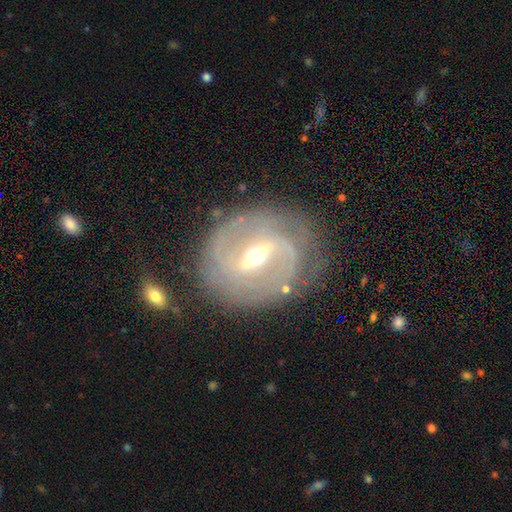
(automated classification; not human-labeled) A featured or disk galaxy (86%) with a strong bar (47%), 2 (63%) tight (51%) spiral arms (91%) and a moderate central bulge (59%).

Vote fractions:
- Smooth or featured? featured or disk: 86% / smooth: 8% / star or artifact: 6%
- Edge-on disk? no: 96% / yes: 4%
- Bar? strong: 47% / weak: 43% / no: 10%
- Spiral arms? yes: 91% / no: 9%
- Spiral winding? tight: 51% / medium: 35% / loose: 14%
- Spiral arm count? 2: 63% / can't tell: 18% / 3: 9% / 1: 4% / 4: 3% / more than 4: 3%
- Bulge size? moderate: 59% / small: 36% / large: 3% / none: 1% / dominant: 1%
- Merging? none: 76% / minor disturbance: 15% / major disturbance: 6% / merger: 2%